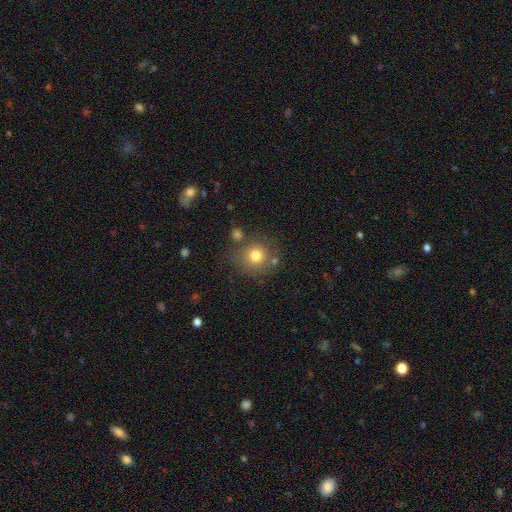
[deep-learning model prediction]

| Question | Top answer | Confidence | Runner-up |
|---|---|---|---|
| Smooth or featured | smooth | 77% | star or artifact (12%) |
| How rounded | round | 89% | in between (10%) |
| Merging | none | 74% | minor disturbance (12%) |